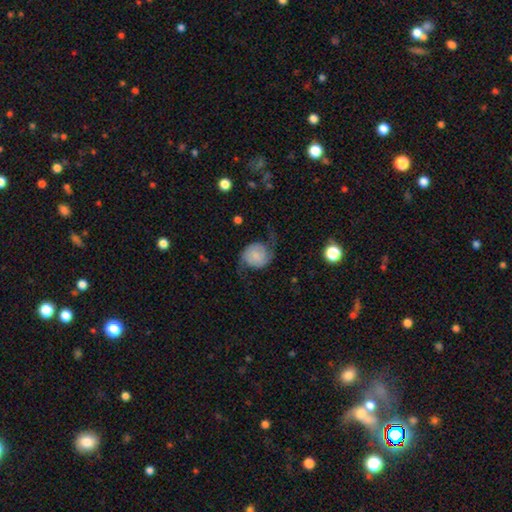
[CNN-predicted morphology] smooth_or_featured: featured or disk (p=0.67) [alt: smooth p=0.25]
disk_edge_on: no (p=0.98) [alt: yes p=0.02]
bar: no (p=0.70) [alt: weak p=0.25]
has_spiral_arms: yes (p=0.94) [alt: no p=0.06]
spiral_winding: loose (p=0.55) [alt: medium p=0.31]
spiral_arm_count: 2 (p=0.92) [alt: can't tell p=0.03]
bulge_size: none (p=0.44) [alt: small p=0.27]
merging: none (p=0.63) [alt: minor disturbance p=0.20]